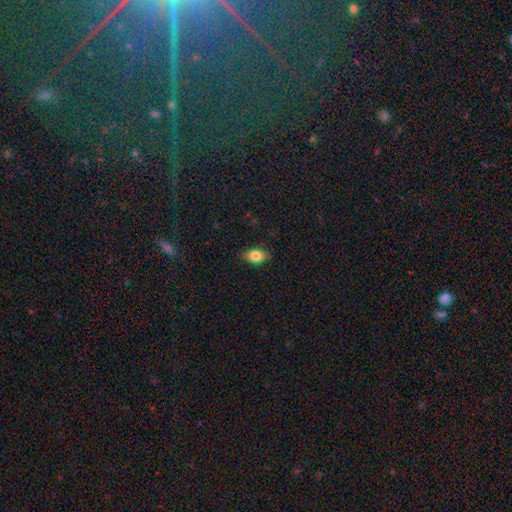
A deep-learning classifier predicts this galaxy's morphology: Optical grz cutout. It shows a smooth galaxy with no disk features (79%) that is in between round and cigar-shaped (84%). Merging: none (83%).